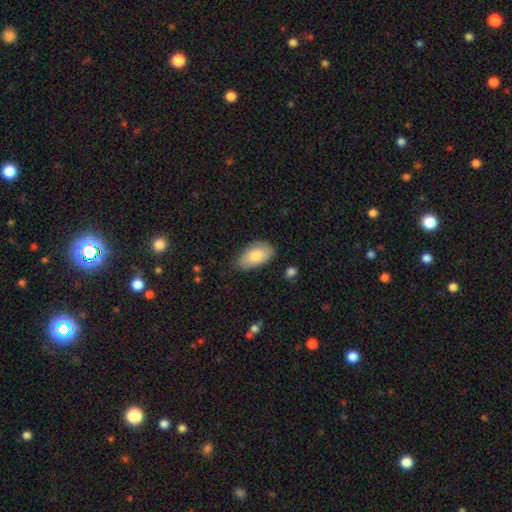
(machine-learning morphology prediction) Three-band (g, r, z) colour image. It shows a smooth galaxy with no disk features (76%) that is in between round and cigar-shaped (94%). Merging: none (67%).